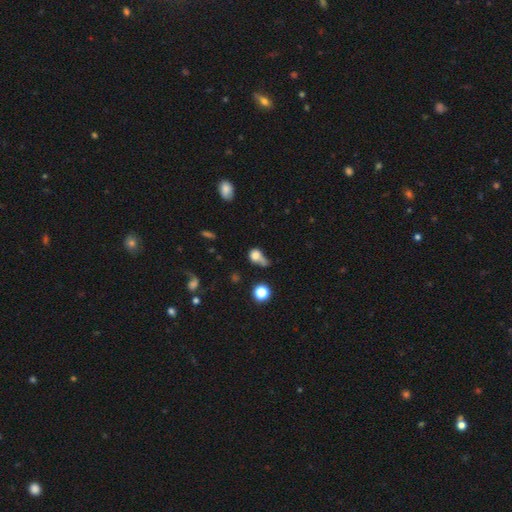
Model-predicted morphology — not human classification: This appears to be a smooth galaxy with no disk features (72%) that is round (57%). Merging: merger (30%).